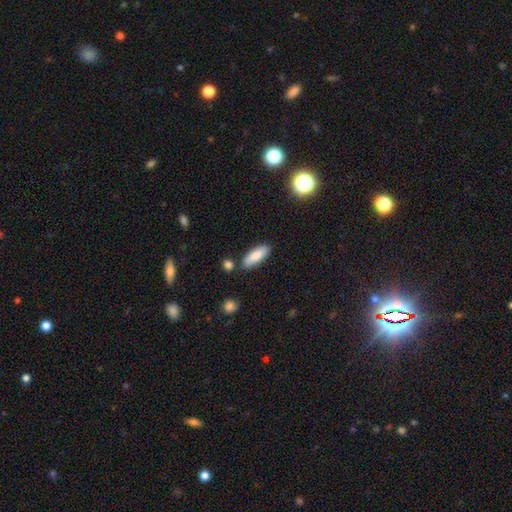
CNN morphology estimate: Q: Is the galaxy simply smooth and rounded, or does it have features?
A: smooth — 79%.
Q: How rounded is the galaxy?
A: in between — 62%.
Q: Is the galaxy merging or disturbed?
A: none — 80%.